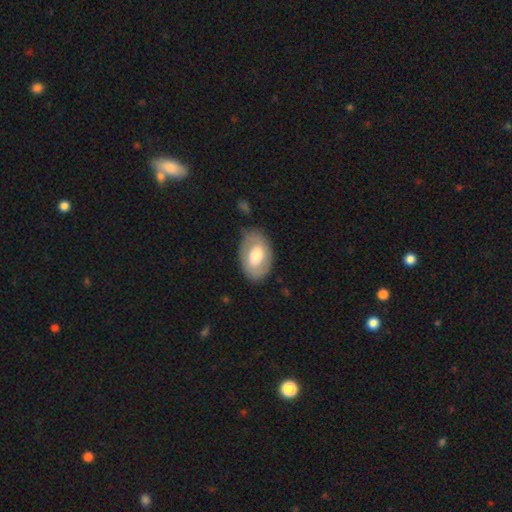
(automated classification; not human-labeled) Smooth or featured? smooth (51%)
How rounded? in between (88%)
Merging? none (78%)